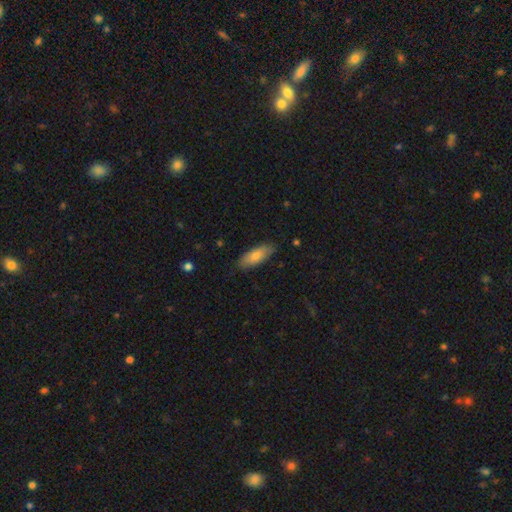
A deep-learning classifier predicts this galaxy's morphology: smooth 79%, featured or disk 15%, star or artifact 6%. Down the decision tree: how rounded — in between (72%); merging — none (82%).